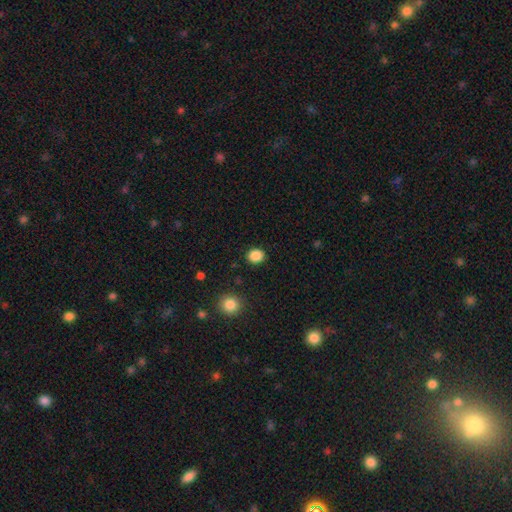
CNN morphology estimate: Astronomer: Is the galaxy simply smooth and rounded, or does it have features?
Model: smooth — 87%.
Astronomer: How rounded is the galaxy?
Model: round — 70%.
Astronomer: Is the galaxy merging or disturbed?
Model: none — 89%.